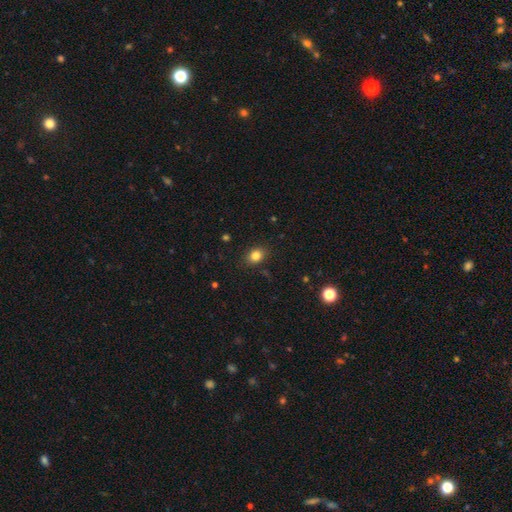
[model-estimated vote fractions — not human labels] Smooth or featured? Predicted: smooth (p=0.83). How rounded? Predicted: in between (p=0.53). Merging? Predicted: none (p=0.85).